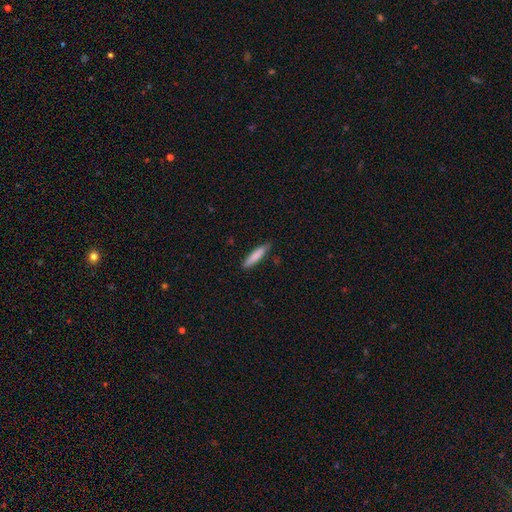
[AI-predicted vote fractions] A smooth galaxy with no disk features (82%) that is cigar-shaped (88%).

Vote fractions:
- Smooth or featured? smooth: 82% / featured or disk: 12% / star or artifact: 6%
- How rounded? cigar-shaped: 88% / in between: 11% / round: 1%
- Merging? none: 83% / minor disturbance: 13% / major disturbance: 2% / merger: 1%